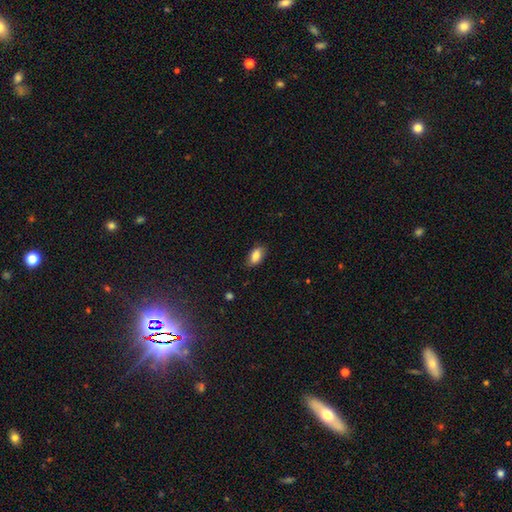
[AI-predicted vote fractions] The model was most divided on "merging": none: 83%, minor disturbance: 13%, major disturbance: 3%, merger: 1%. More confident: how rounded — in between (92%); smooth or featured — smooth (84%).